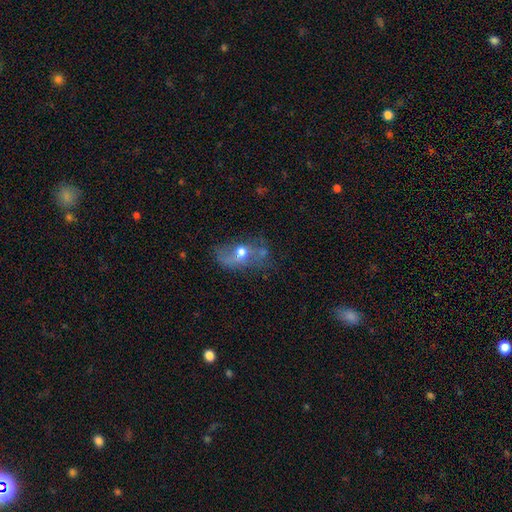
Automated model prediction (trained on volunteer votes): This appears to be a featured or disk galaxy (54%). Merging: none (47%).